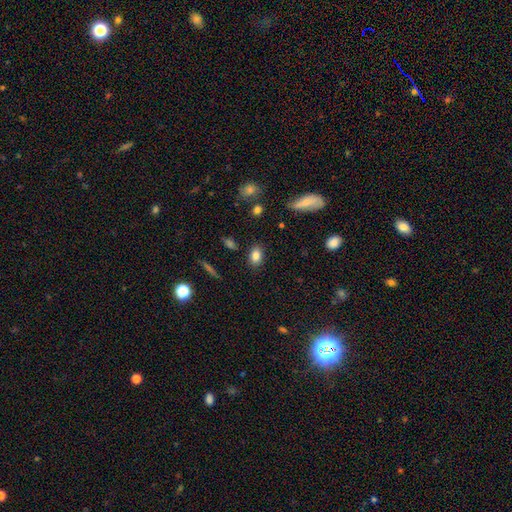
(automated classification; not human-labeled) Overall: smooth (83%). How rounded: in between (82%). Merging: none (85%).